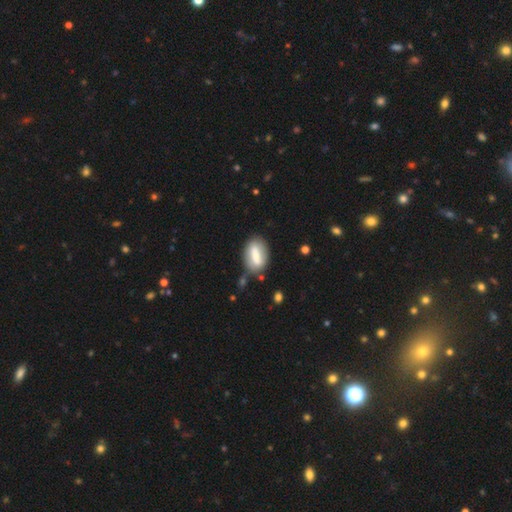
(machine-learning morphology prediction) Smooth or featured: smooth — 63% (featured or disk — 29%)
How rounded: in between — 82% (cigar-shaped — 10%)
Merging: none — 71% (minor disturbance — 18%)